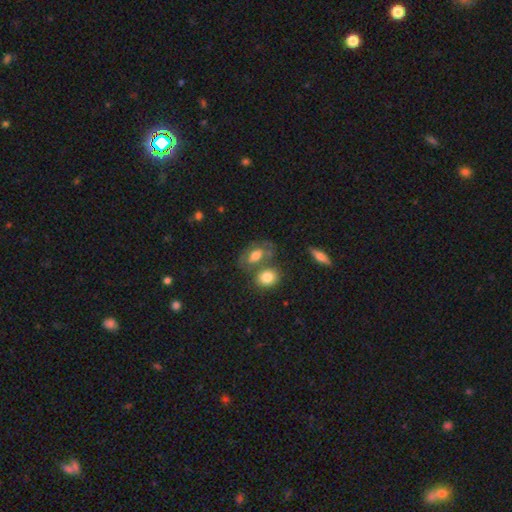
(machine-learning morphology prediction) This is possibly a smooth galaxy (59%). How rounded: clearly in between (82%). Merging: marginally none (44%).